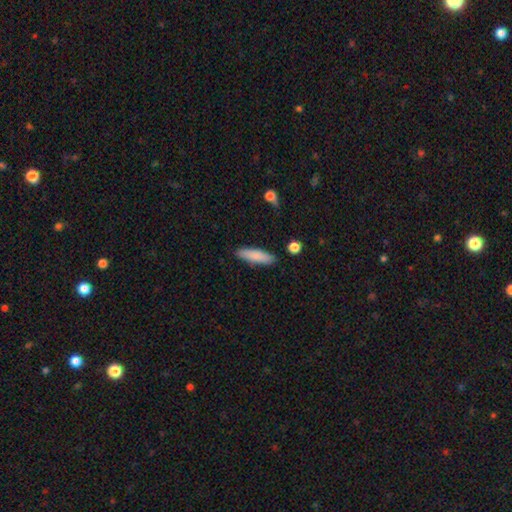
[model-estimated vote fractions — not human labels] Smooth or featured? smooth (83%)
How rounded? cigar-shaped (69%)
Merging? none (87%)